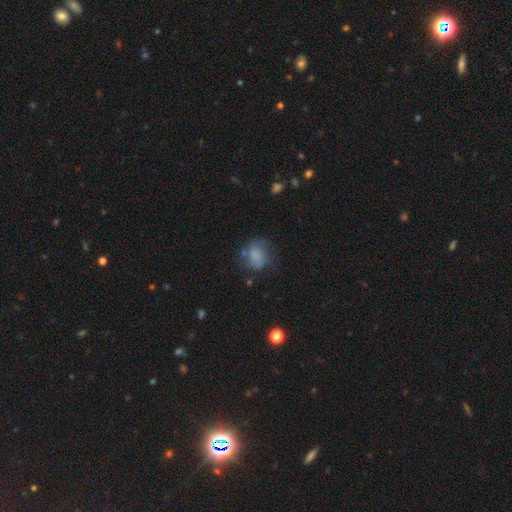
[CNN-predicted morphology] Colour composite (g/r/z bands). It shows a smooth galaxy with no disk features (72%) that is round (56%). Merging: none (52%).